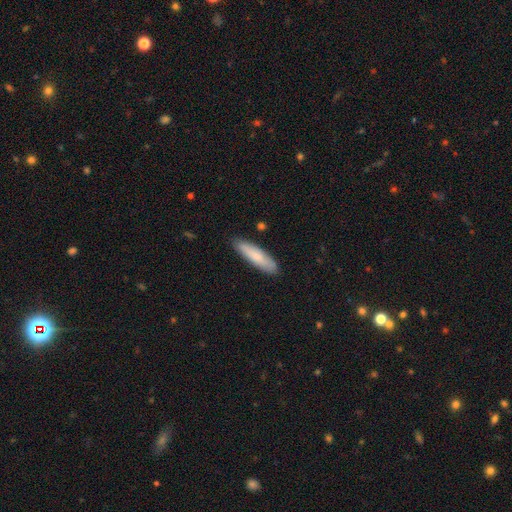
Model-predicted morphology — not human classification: Smooth or featured?
  - smooth: 78% *
  - featured or disk: 16%
  - star or artifact: 6%
How rounded?
  - cigar-shaped: 73% *
  - in between: 26%
  - round: 1%
Merging?
  - none: 87% *
  - minor disturbance: 10%
  - major disturbance: 2%
  - merger: 1%